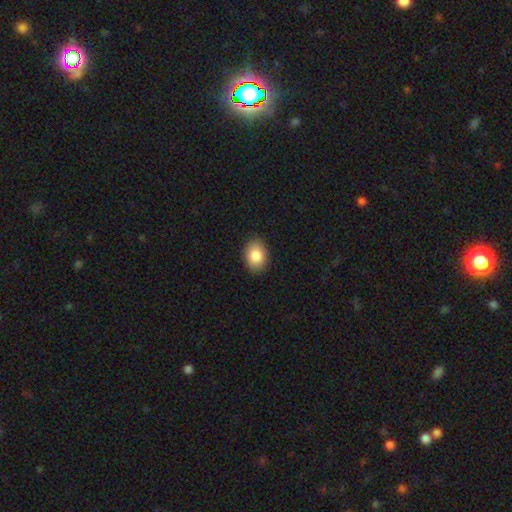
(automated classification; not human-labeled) The model was most divided on "how rounded": in between: 74%, round: 25%, cigar-shaped: 1%. More confident: merging — none (89%); smooth or featured — smooth (86%).